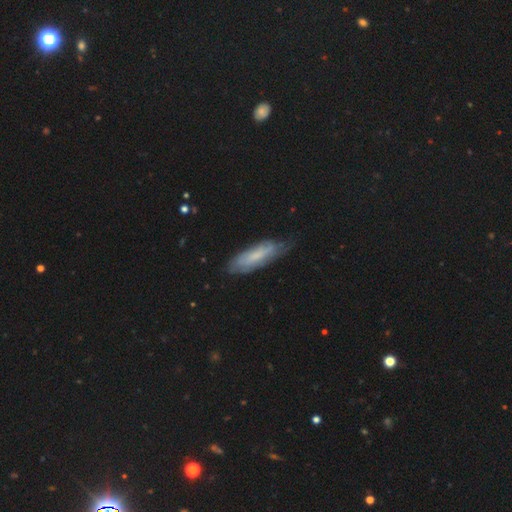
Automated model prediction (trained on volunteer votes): Morphology: type=smooth (53%); roundness=cigar-shaped (52%); merging=none (66%).